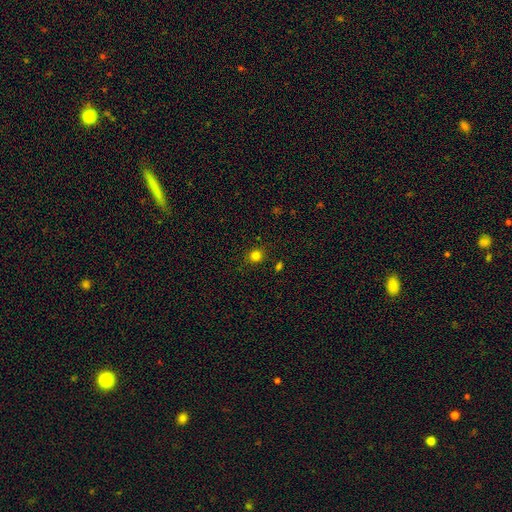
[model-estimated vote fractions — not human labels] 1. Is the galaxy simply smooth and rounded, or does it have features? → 80% smooth, 15% star or artifact, 5% featured or disk.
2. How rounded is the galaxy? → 86% round, 13% in between, 1% cigar-shaped.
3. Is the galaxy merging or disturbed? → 87% none, 8% minor disturbance, 2% major disturbance, 2% merger.